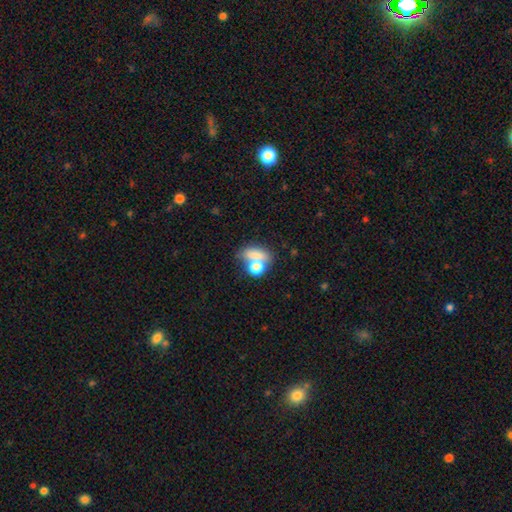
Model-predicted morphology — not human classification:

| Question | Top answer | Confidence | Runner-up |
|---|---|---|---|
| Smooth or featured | smooth | 72% | featured or disk (16%) |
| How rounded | in between | 65% | round (30%) |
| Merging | merger | 45% | none (35%) |